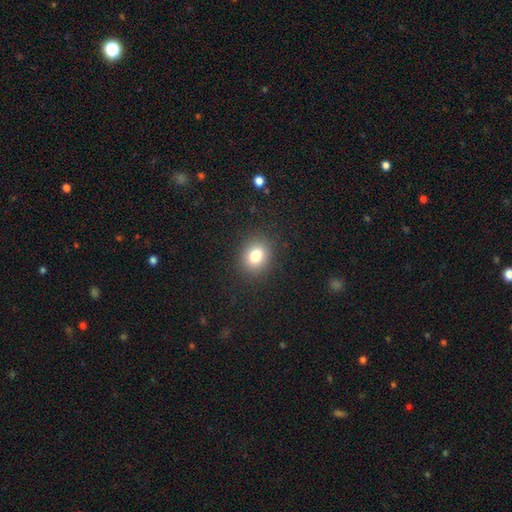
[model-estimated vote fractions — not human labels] smooth-or-featured: smooth: 80% | star or artifact: 11% | featured or disk: 8%
  how-rounded: round: 60% | in between: 39% | cigar-shaped: 1%
  merging: none: 88% | minor disturbance: 8% | major disturbance: 3% | merger: 1%